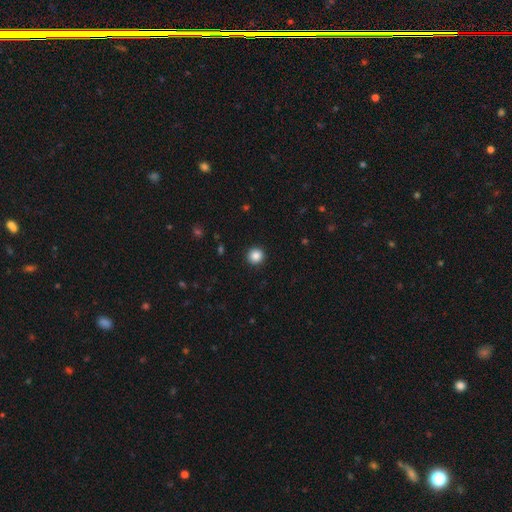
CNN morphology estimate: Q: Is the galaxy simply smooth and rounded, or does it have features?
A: smooth — 86%.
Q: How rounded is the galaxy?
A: round — 94%.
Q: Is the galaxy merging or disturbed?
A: none — 93%.